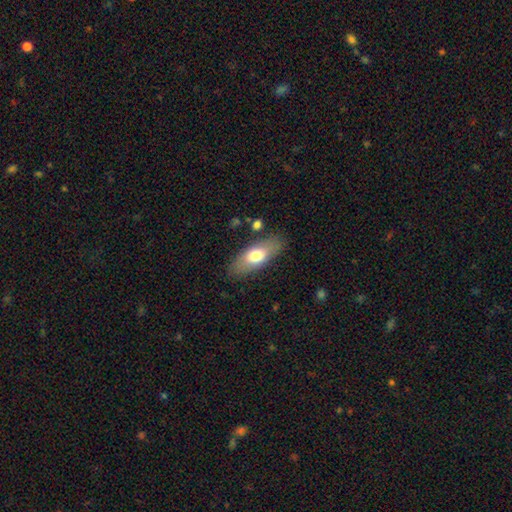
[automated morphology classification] Smooth or featured: smooth — 67% (featured or disk — 26%)
How rounded: in between — 77% (cigar-shaped — 20%)
Merging: none — 83% (minor disturbance — 12%)